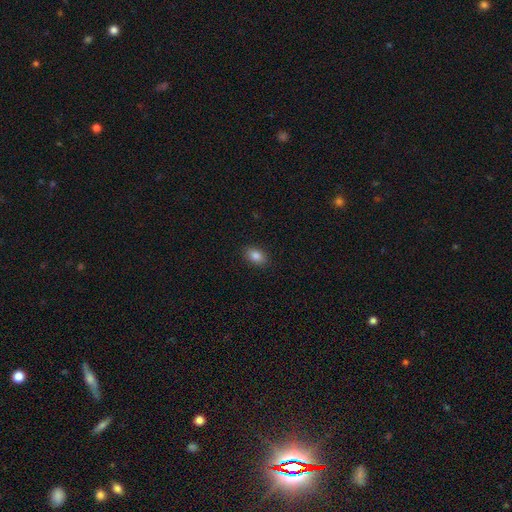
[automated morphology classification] Smooth or featured: smooth — 85% (star or artifact — 9%)
How rounded: in between — 85% (round — 13%)
Merging: none — 89% (minor disturbance — 8%)